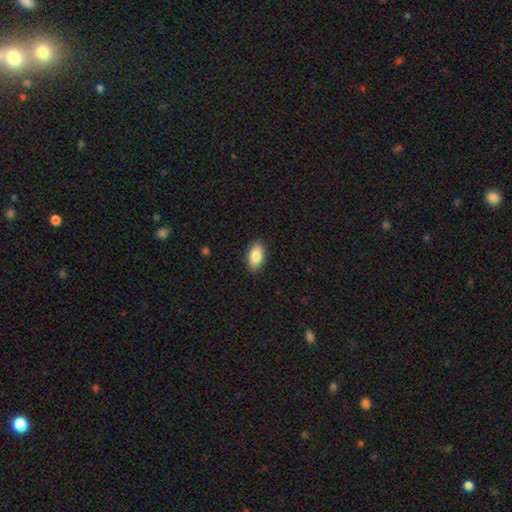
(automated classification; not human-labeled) smooth 86%, featured or disk 7%, star or artifact 7%. Down the decision tree: how rounded — in between (92%); merging — none (88%).